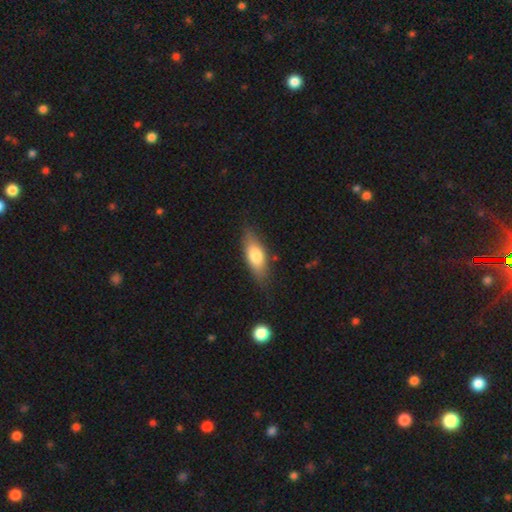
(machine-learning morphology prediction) Smooth or featured: smooth — 72% (featured or disk — 22%)
How rounded: in between — 70% (cigar-shaped — 26%)
Merging: none — 76% (minor disturbance — 18%)